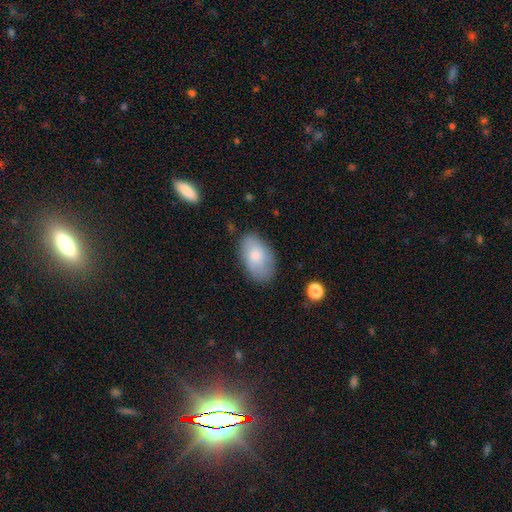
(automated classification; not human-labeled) Smooth or featured? Predicted: smooth (p=0.76). How rounded? Predicted: in between (p=0.93). Merging? Predicted: none (p=0.77).